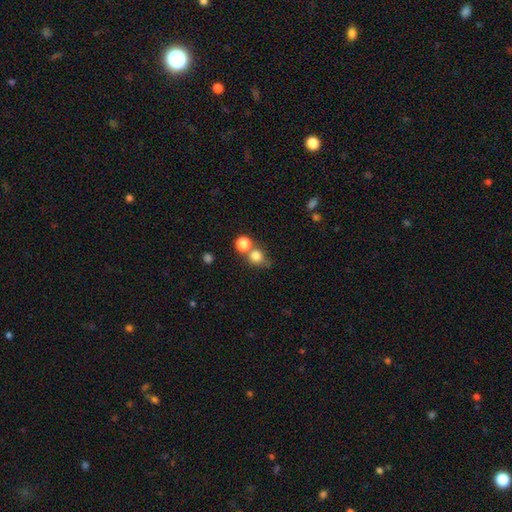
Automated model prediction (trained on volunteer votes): A smooth galaxy with no disk features (79%) that is round (80%). Merging: none (52%).